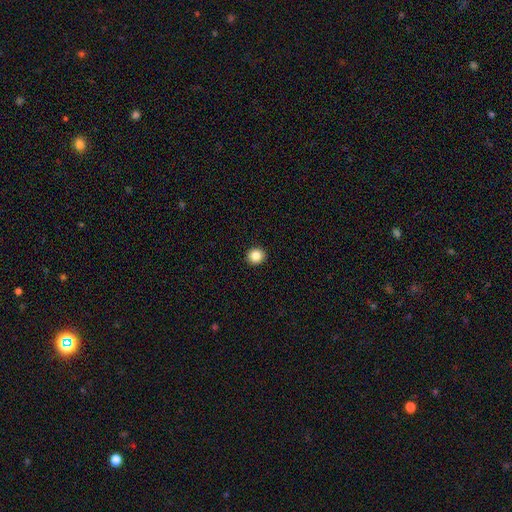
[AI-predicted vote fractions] smooth_or_featured: smooth (p=0.85) [alt: star or artifact p=0.10]
how_rounded: round (p=0.90) [alt: in between p=0.09]
merging: none (p=0.93) [alt: minor disturbance p=0.04]